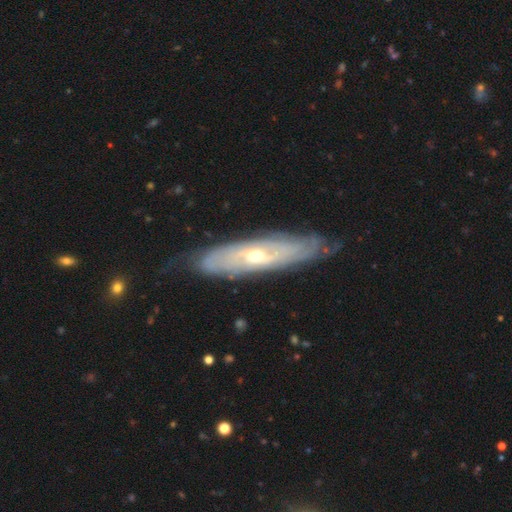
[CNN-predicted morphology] smooth-or-featured: featured or disk: 75% | smooth: 19% | star or artifact: 6%
  disk-edge-on: no: 64% | yes: 36%
  merging: none: 77% | minor disturbance: 17% | major disturbance: 4% | merger: 1%